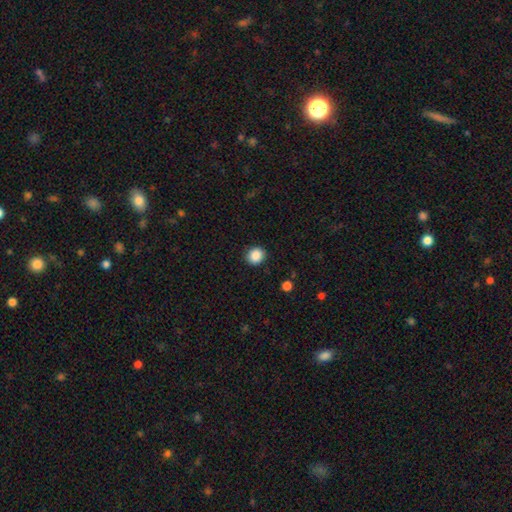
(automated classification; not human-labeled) Morphology: type=smooth (87%); roundness=round (83%); merging=none (89%).